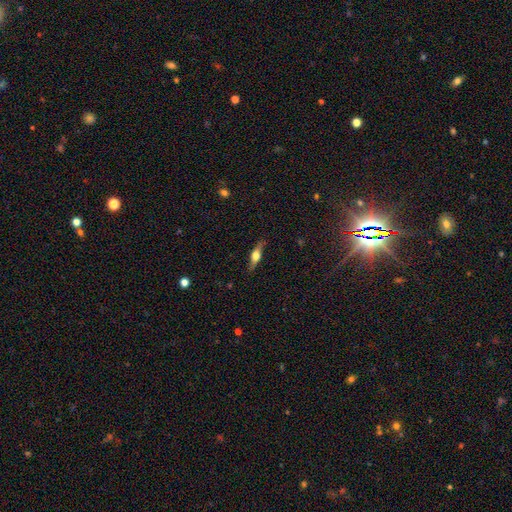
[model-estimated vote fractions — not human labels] This appears to be a featured or disk galaxy (54%) viewed edge-on (90%). Merging: none (80%).